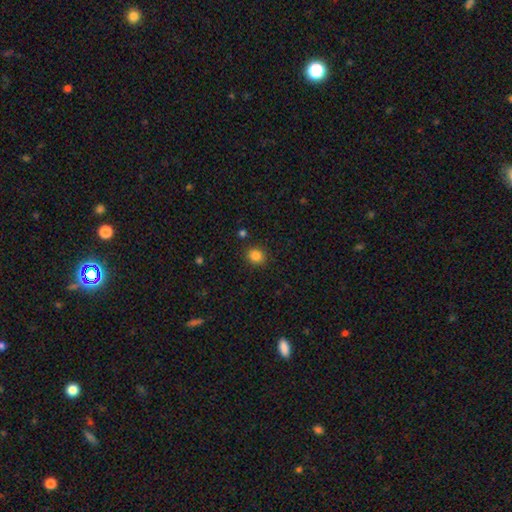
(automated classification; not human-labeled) smooth-or-featured: smooth: 85% | star or artifact: 11% | featured or disk: 4%
  how-rounded: round: 71% | in between: 28% | cigar-shaped: 1%
  merging: none: 88% | minor disturbance: 8% | major disturbance: 2% | merger: 2%